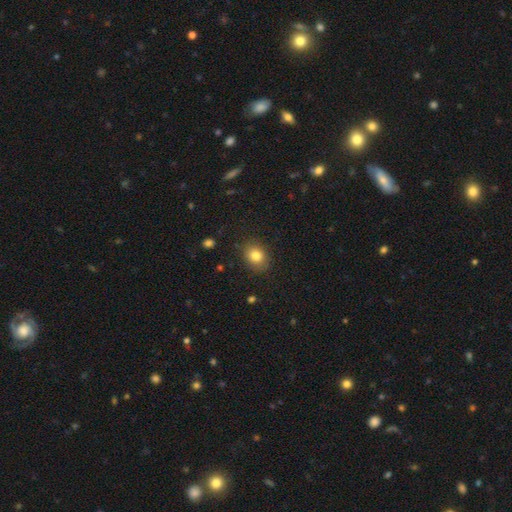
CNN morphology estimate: A smooth galaxy with no disk features (82%) that is round (52%).

Vote fractions:
- Smooth or featured? smooth: 82% / star or artifact: 10% / featured or disk: 7%
- How rounded? round: 52% / in between: 47% / cigar-shaped: 1%
- Merging? none: 84% / minor disturbance: 11% / major disturbance: 3% / merger: 1%